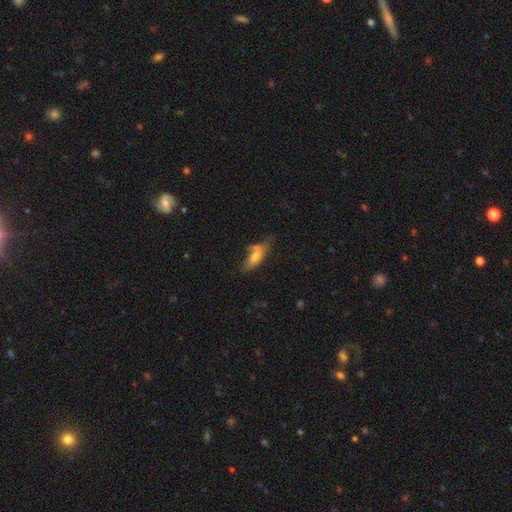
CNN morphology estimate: Smooth or featured: smooth — 68% (featured or disk — 23%)
How rounded: in between — 70% (cigar-shaped — 27%)
Merging: none — 41% (minor disturbance — 29%)